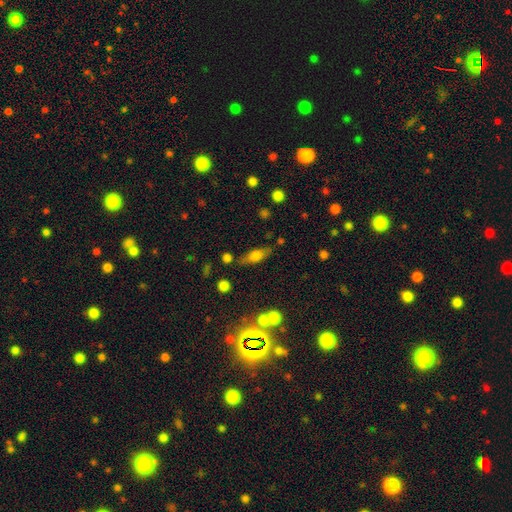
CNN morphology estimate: The model was most divided on "smooth or featured": smooth: 59%, featured or disk: 32%, star or artifact: 9%. More confident: merging — none (74%); how rounded — in between (63%).